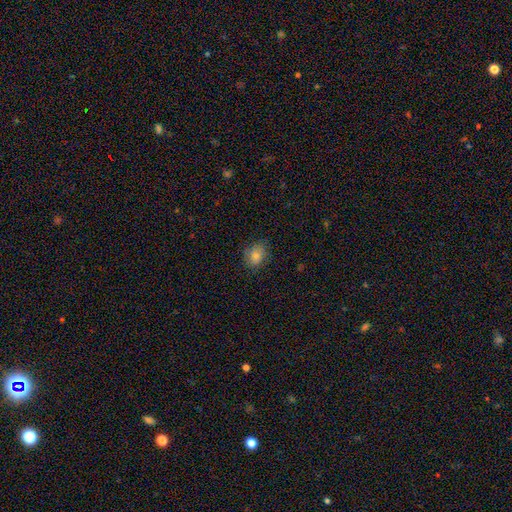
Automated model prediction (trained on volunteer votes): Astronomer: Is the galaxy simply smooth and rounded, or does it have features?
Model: smooth — 77%.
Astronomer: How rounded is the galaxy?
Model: round — 53% (runner-up: in between, 46%).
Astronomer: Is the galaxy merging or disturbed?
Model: none — 78%.